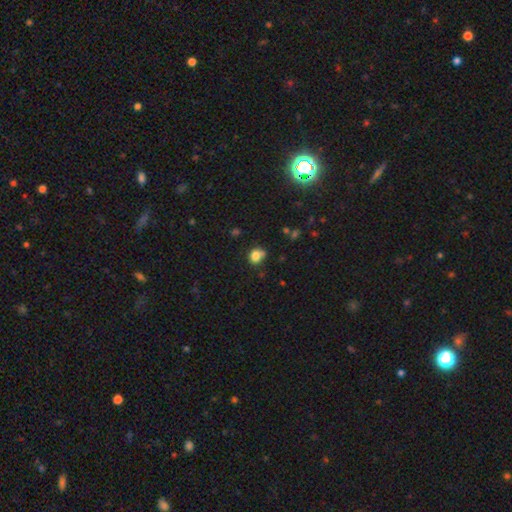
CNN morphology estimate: Smooth or featured: smooth — 80% (star or artifact — 12%)
How rounded: round — 71% (in between — 28%)
Merging: none — 59% (minor disturbance — 20%)